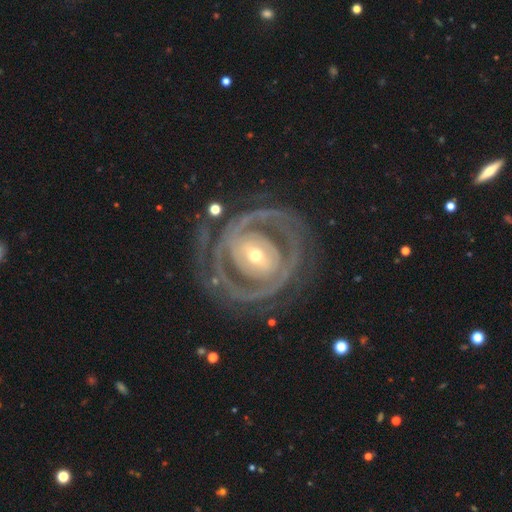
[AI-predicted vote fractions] Smooth or featured?
  - featured or disk: 86% *
  - smooth: 9%
  - star or artifact: 5%
Edge-on disk?
  - no: 96% *
  - yes: 4%
Bar?
  - no: 36% *
  - weak: 32%
  - strong: 32%
Spiral arms?
  - yes: 83% *
  - no: 17%
Spiral winding?
  - tight: 66% *
  - medium: 25%
  - loose: 9%
Spiral arm count?
  - 2: 41% *
  - can't tell: 26%
  - 3: 15%
  - 1: 7%
  - 4: 7%
  - more than 4: 5%
Bulge size?
  - small: 49% *
  - moderate: 45%
  - large: 4%
  - dominant: 1%
  - none: 1%
Merging?
  - none: 68% *
  - minor disturbance: 15%
  - major disturbance: 15%
  - merger: 2%